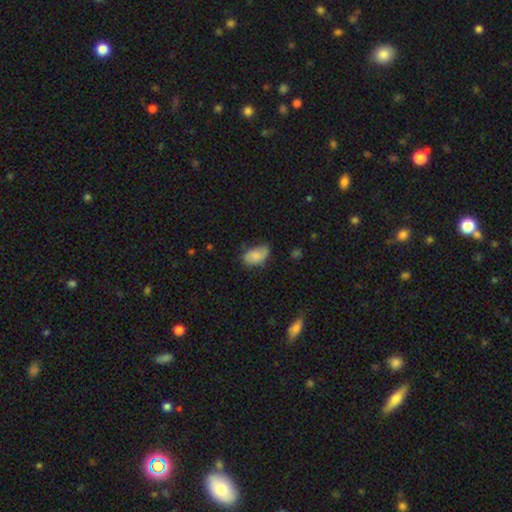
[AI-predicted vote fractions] smooth 79%, featured or disk 13%, star or artifact 8%. Down the decision tree: how rounded — in between (90%); merging — none (57%).